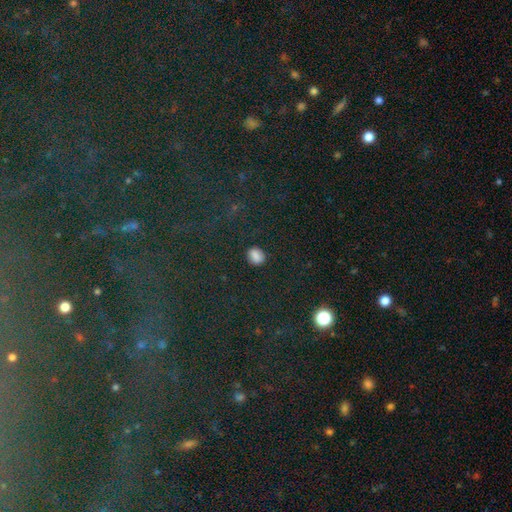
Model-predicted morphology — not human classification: Overall: smooth (78%). How rounded: round (50%; in between 48%). Merging: none (83%).